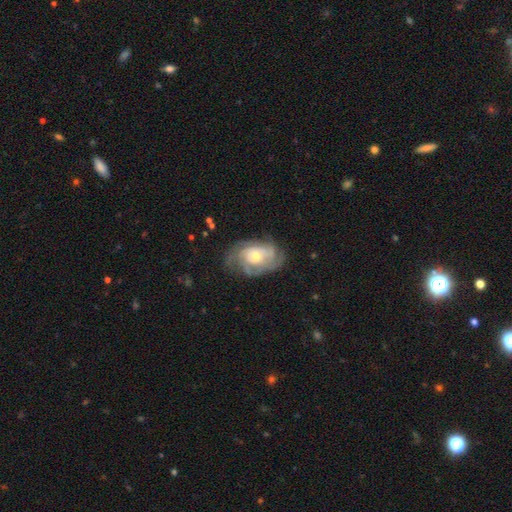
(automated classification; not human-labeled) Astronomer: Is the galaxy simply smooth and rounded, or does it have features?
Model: featured or disk — 83%.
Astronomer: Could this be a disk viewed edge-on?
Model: no — 96%.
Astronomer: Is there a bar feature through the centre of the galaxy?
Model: no — 74%.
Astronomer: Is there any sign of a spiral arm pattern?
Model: yes — 94%.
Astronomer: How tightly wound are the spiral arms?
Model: tight — 58% (runner-up: medium, 33%).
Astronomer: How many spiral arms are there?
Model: can't tell — 29% (runner-up: 3, 28%).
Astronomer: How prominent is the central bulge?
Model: moderate — 59%.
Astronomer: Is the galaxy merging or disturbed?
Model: none — 66%.